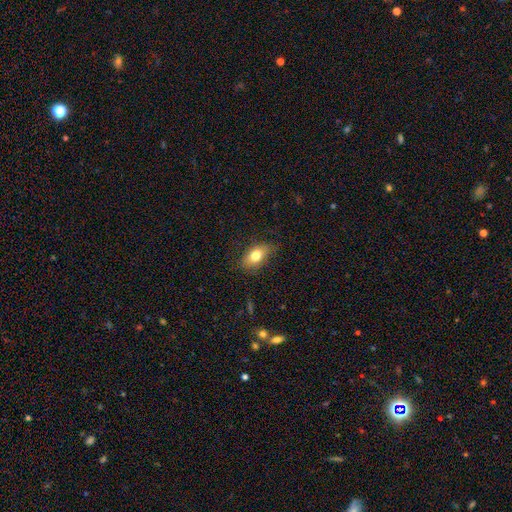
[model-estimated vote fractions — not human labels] Q: Smooth or featured?
A: smooth (76%); runner-up: featured or disk (16%)
Q: How rounded?
A: in between (85%); runner-up: round (10%)
Q: Merging?
A: none (76%); runner-up: minor disturbance (19%)